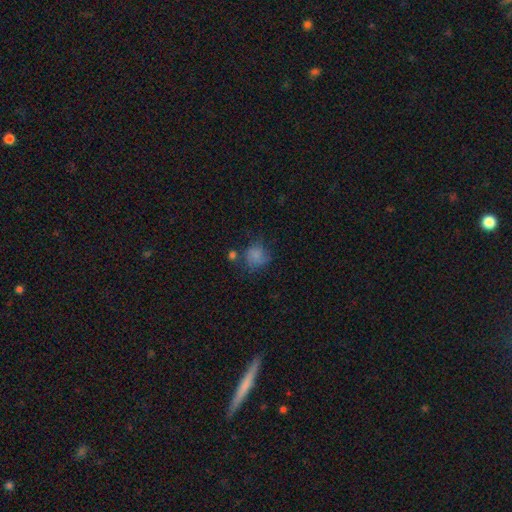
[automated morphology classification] Overall: smooth (75%). How rounded: round (75%). Merging: none (50%; minor disturbance 25%).